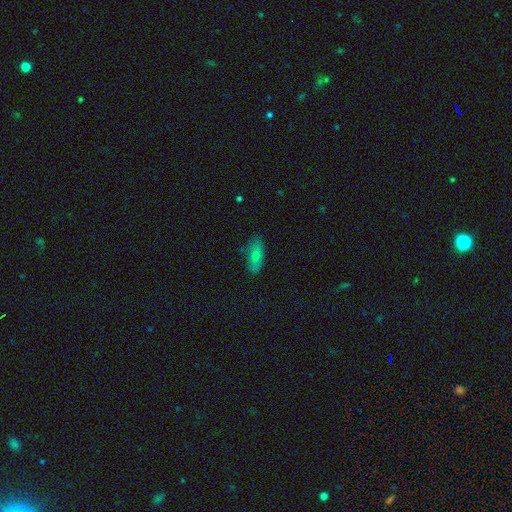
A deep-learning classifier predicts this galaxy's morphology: This is likely a smooth galaxy (66%). How rounded: likely in between (73%). Merging: likely none (76%).